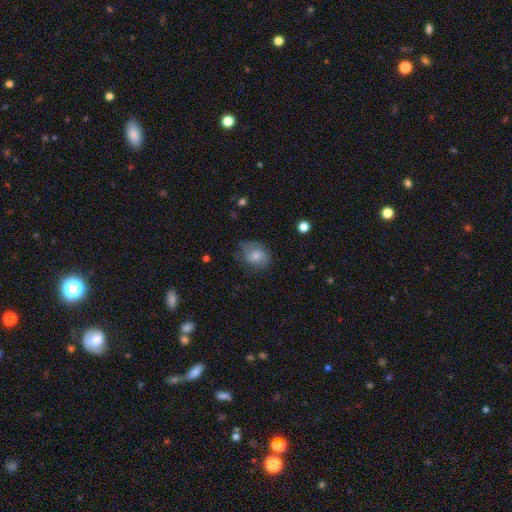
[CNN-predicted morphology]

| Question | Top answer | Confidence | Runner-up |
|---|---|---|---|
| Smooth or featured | smooth | 69% | featured or disk (22%) |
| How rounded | round | 54% | in between (45%) |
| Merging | none | 60% | minor disturbance (28%) |